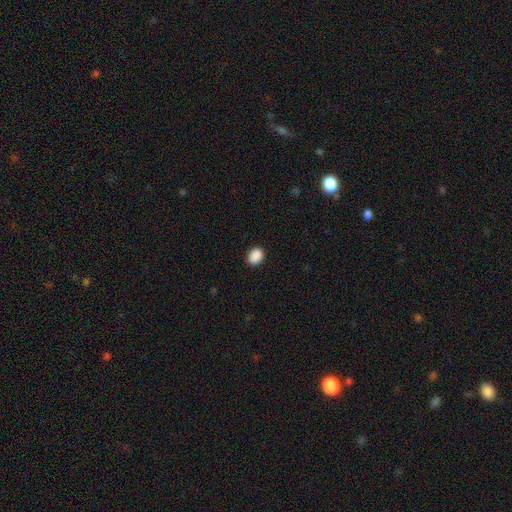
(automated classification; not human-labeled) smooth-or-featured: smooth: 90% | star or artifact: 8% | featured or disk: 2%
  how-rounded: in between: 65% | round: 34% | cigar-shaped: 1%
  merging: none: 89% | minor disturbance: 8% | major disturbance: 2% | merger: 1%